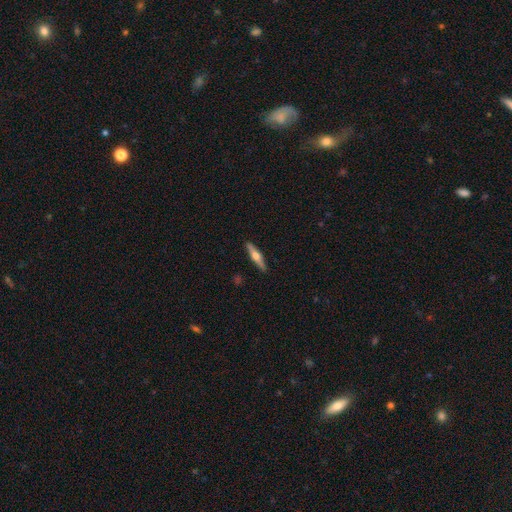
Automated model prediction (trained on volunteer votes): The model was most divided on "smooth or featured": featured or disk: 58%, smooth: 37%, star or artifact: 6%. More confident: edge-on disk — yes (96%); edge-on bulge — rounded (92%); merging — none (90%).